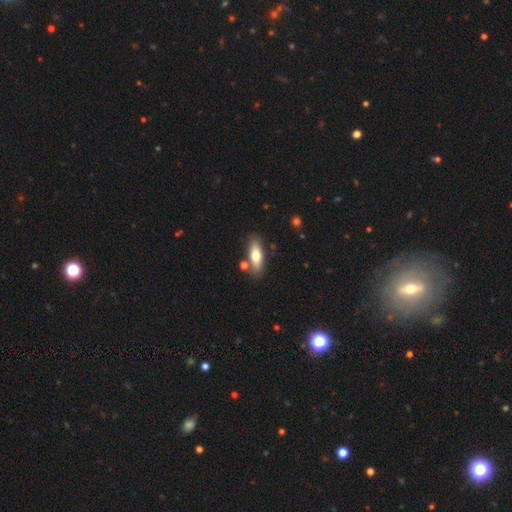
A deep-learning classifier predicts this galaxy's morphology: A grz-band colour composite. It shows a smooth galaxy with no disk features (68%) that is in between round and cigar-shaped (64%). Merging: none (77%).